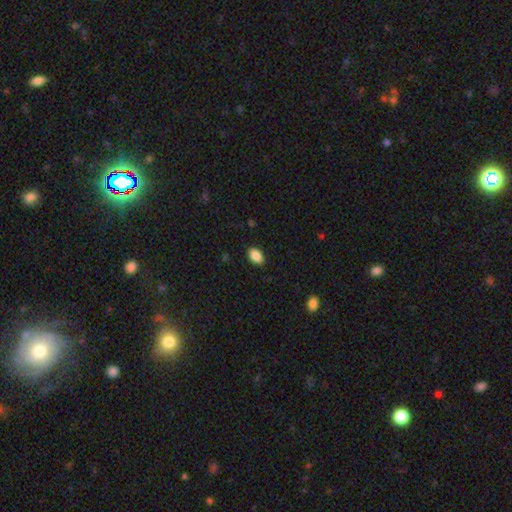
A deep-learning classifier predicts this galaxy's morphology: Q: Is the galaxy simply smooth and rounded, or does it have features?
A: smooth — 88%.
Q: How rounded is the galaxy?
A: in between — 90%.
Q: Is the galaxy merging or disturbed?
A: none — 88%.